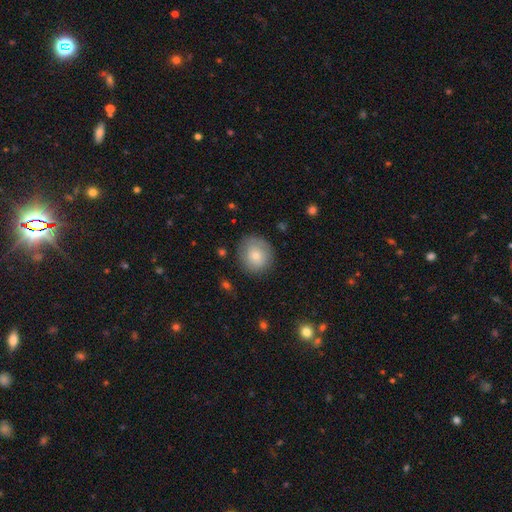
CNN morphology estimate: Smooth or featured? smooth (74%)
How rounded? round (85%)
Merging? none (81%)